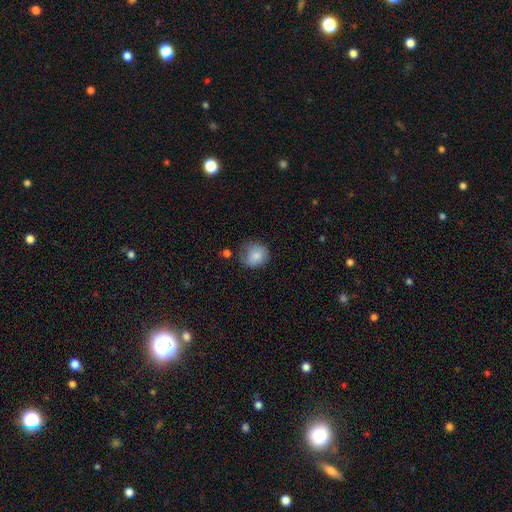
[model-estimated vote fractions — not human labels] smooth-or-featured: smooth: 81% | featured or disk: 11% | star or artifact: 8%
  how-rounded: round: 74% | in between: 25% | cigar-shaped: 1%
  merging: none: 51% | minor disturbance: 32% | major disturbance: 12% | merger: 4%